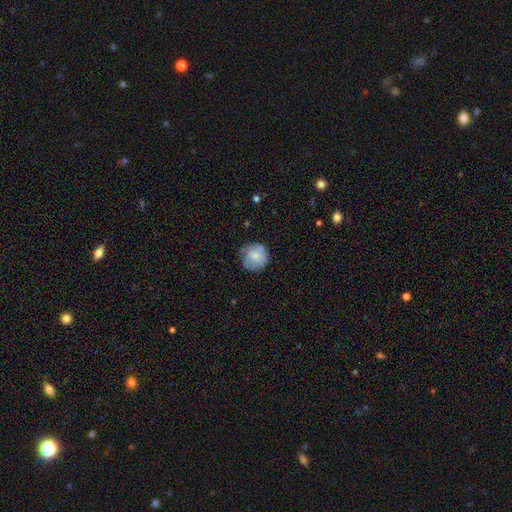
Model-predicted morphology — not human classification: Smooth or featured? smooth (67%)
How rounded? round (91%)
Merging? none (69%)